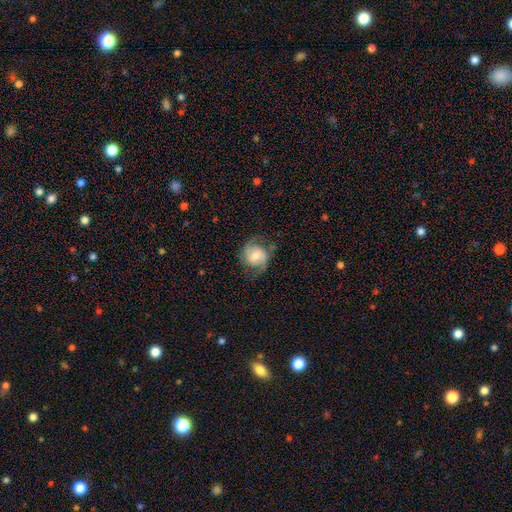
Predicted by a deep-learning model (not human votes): smooth_or_featured: featured or disk (p=0.68) [alt: smooth p=0.25]
disk_edge_on: no (p=0.97) [alt: yes p=0.03]
bar: no (p=0.45) [alt: weak p=0.43]
has_spiral_arms: yes (p=0.91) [alt: no p=0.09]
spiral_winding: medium (p=0.47) [alt: loose p=0.30]
spiral_arm_count: 2 (p=0.86) [alt: can't tell p=0.07]
bulge_size: moderate (p=0.53) [alt: small p=0.33]
merging: none (p=0.66) [alt: minor disturbance p=0.20]